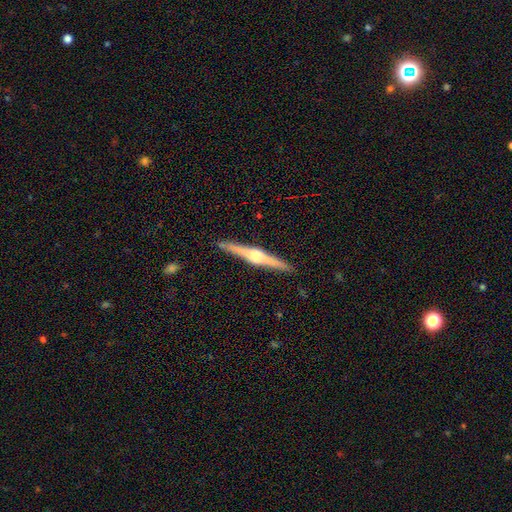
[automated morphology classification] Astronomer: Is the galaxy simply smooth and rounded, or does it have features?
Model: featured or disk — 80%.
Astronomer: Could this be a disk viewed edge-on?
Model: yes — 99%.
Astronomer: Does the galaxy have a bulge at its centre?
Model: rounded — 90%.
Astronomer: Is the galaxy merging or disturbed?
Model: none — 91%.